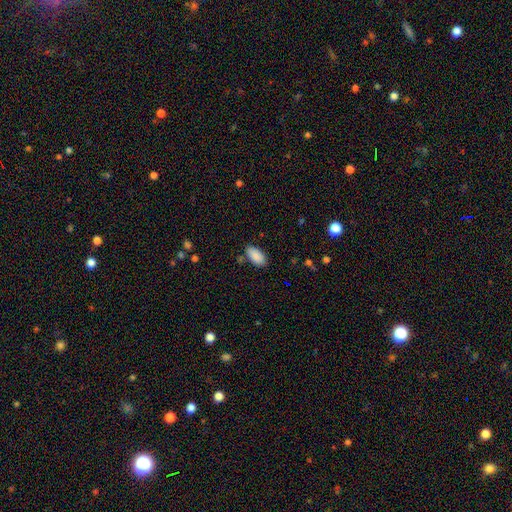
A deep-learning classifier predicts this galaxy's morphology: Smooth or featured?
  - smooth: 89% *
  - star or artifact: 7%
  - featured or disk: 4%
How rounded?
  - in between: 94% *
  - cigar-shaped: 4%
  - round: 2%
Merging?
  - none: 81% *
  - minor disturbance: 13%
  - merger: 3%
  - major disturbance: 3%